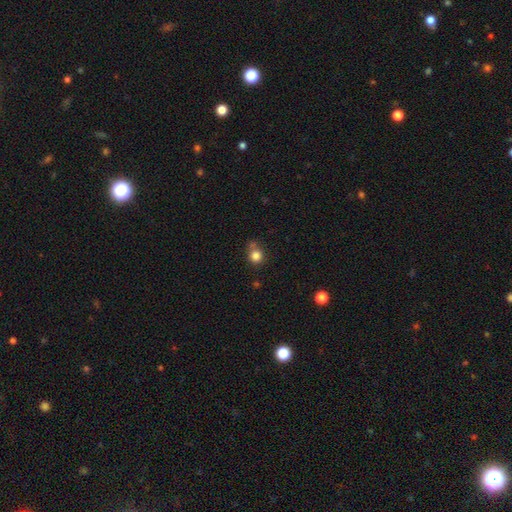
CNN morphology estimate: Smooth or featured? Predicted: smooth (p=0.82). How rounded? Predicted: round (p=0.89). Merging? Predicted: none (p=0.64).